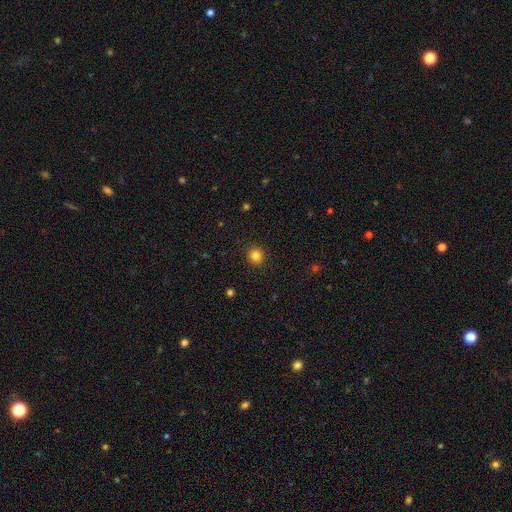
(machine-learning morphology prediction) smooth-or-featured: smooth: 83% | star or artifact: 12% | featured or disk: 5%
  how-rounded: round: 93% | in between: 7% | cigar-shaped: 1%
  merging: none: 92% | minor disturbance: 5% | major disturbance: 2% | merger: 1%